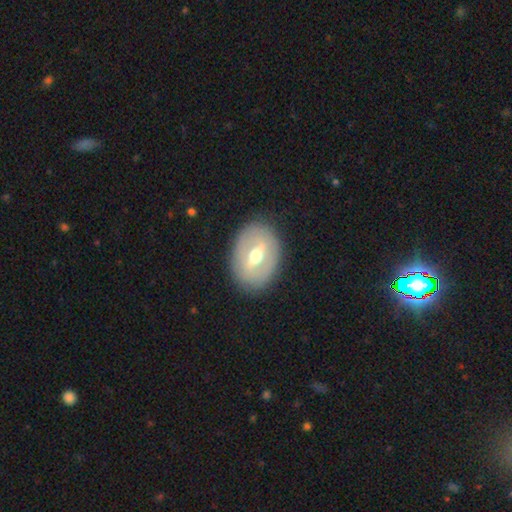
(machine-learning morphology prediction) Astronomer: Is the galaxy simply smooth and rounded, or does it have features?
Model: featured or disk — 61%.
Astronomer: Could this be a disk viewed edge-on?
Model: no — 91%.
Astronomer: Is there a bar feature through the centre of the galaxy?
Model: strong — 43% (runner-up: weak, 41%).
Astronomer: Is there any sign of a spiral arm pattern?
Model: no — 77%.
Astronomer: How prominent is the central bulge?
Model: moderate — 76%.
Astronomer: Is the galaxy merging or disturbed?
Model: none — 85%.